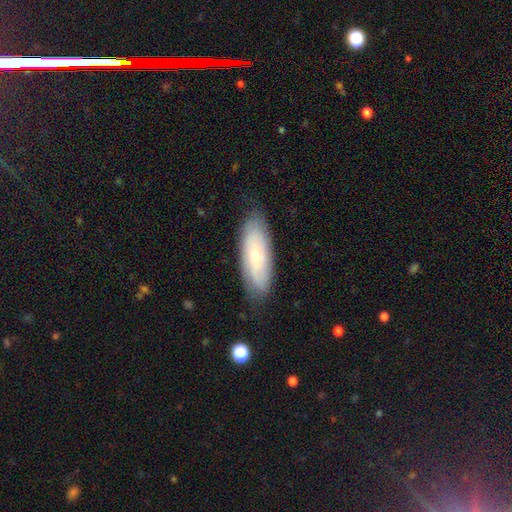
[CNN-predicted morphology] type=smooth (51%); roundness=in between (68%); merging=none (80%).